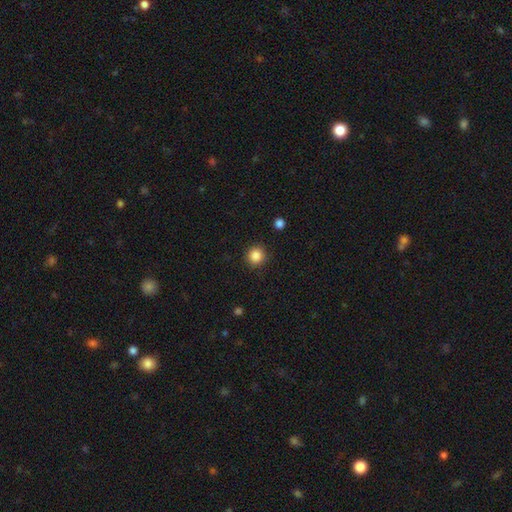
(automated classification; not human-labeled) Smooth or featured?
  - smooth: 86% *
  - star or artifact: 10%
  - featured or disk: 4%
How rounded?
  - round: 93% *
  - in between: 6%
  - cigar-shaped: 1%
Merging?
  - none: 91% *
  - minor disturbance: 6%
  - major disturbance: 2%
  - merger: 1%